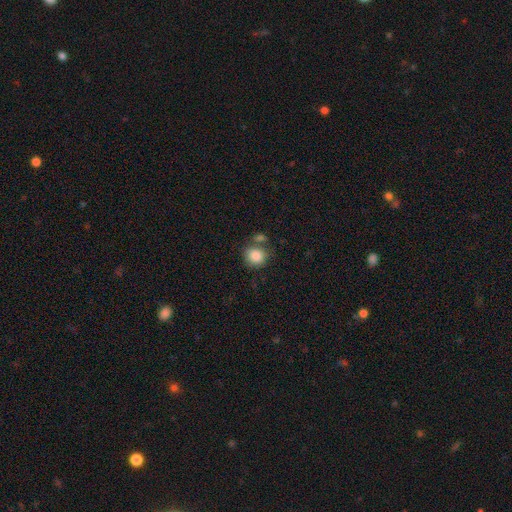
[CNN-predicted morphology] smooth_or_featured: smooth (p=0.86) [alt: star or artifact p=0.09]
how_rounded: round (p=0.81) [alt: in between p=0.18]
merging: none (p=0.64) [alt: merger p=0.18]